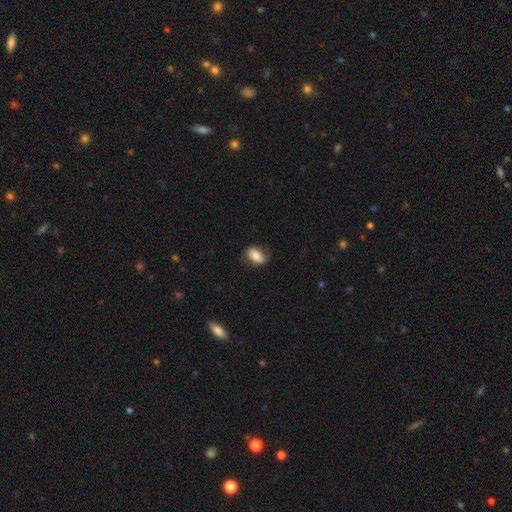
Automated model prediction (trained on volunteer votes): This appears to be a smooth galaxy with no disk features (79%) that is in between round and cigar-shaped (88%). Merging: none (74%).